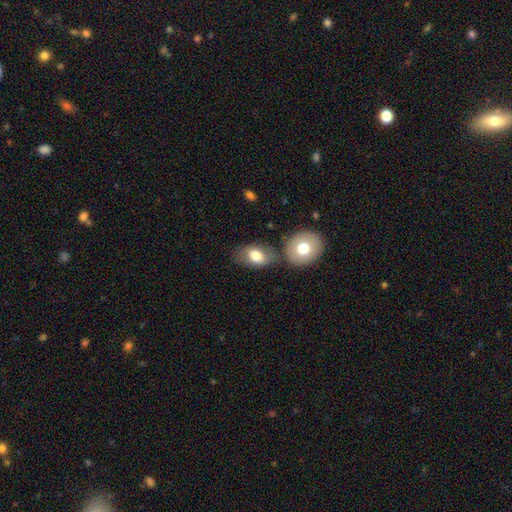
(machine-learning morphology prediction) Smooth or featured: smooth — 76% (featured or disk — 17%)
How rounded: in between — 82% (round — 16%)
Merging: none — 60% (merger — 20%)